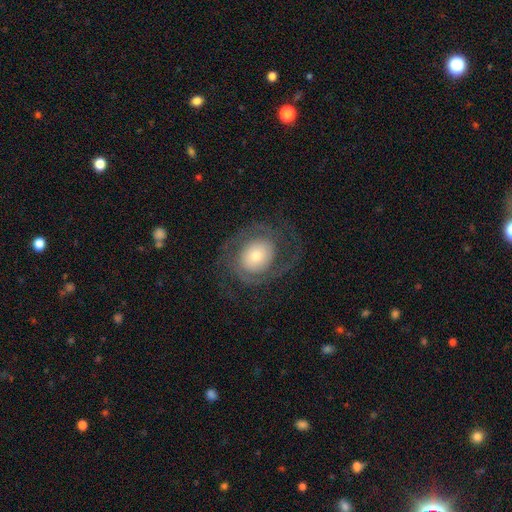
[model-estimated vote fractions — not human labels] featured or disk 73%, smooth 21%, star or artifact 7%. Down the decision tree: edge-on disk — no (97%); bar — no (76%); spiral arms — yes (85%); spiral arm count — 2 (65%); spiral winding — tight (48%); bulge size — moderate (42%); merging — none (69%).